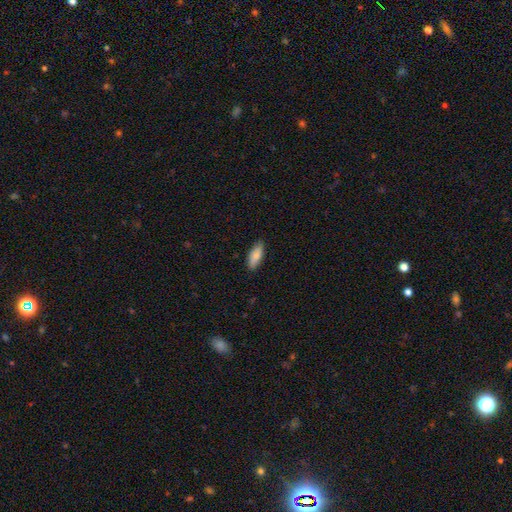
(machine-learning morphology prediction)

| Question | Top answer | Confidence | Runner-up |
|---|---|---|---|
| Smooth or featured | smooth | 84% | featured or disk (10%) |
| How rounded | in between | 73% | cigar-shaped (25%) |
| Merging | none | 85% | minor disturbance (12%) |